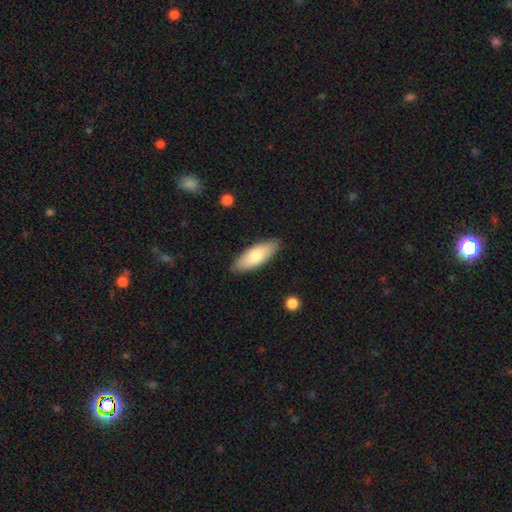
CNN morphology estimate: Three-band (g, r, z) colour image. It shows a smooth galaxy with no disk features (76%) that is in between round and cigar-shaped (72%). Merging: none (87%).